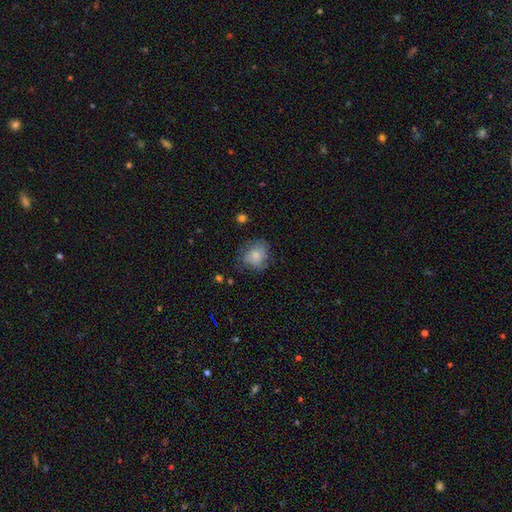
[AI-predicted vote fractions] A smooth galaxy with no disk features (63%) that is round (63%). Merging: none (60%).